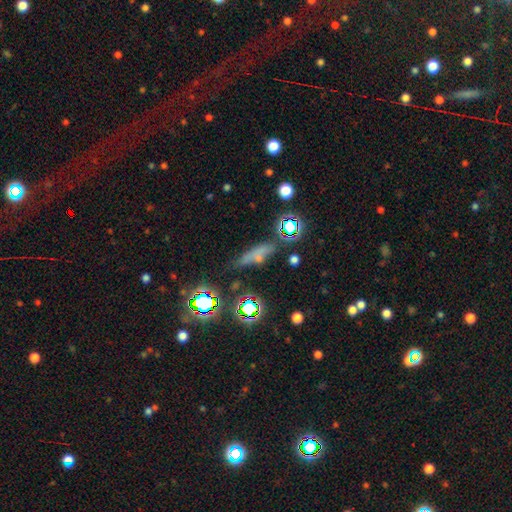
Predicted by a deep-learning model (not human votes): Smooth or featured? Predicted: star or artifact (p=0.45).